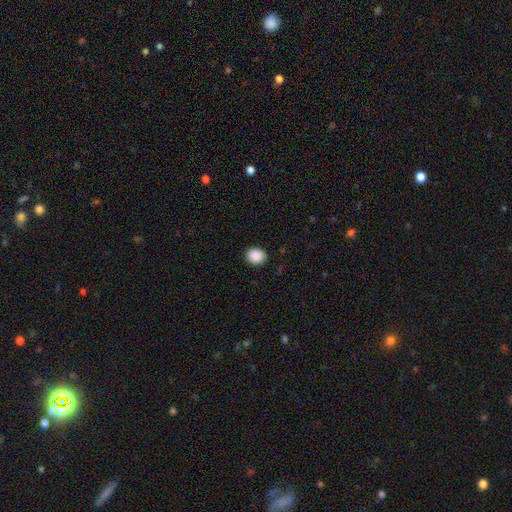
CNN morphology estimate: The model was most divided on "how rounded": round: 69%, in between: 30%, cigar-shaped: 1%. More confident: smooth or featured — smooth (89%); merging — none (89%).